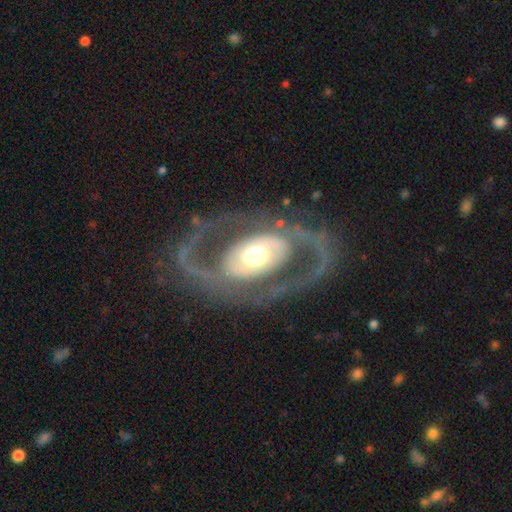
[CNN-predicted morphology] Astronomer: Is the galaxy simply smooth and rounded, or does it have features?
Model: featured or disk — 80%.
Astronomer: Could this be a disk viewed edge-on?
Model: no — 94%.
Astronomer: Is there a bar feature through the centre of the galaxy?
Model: no — 67%.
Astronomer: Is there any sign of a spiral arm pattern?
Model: yes — 63%.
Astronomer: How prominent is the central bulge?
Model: moderate — 51% (runner-up: large, 36%).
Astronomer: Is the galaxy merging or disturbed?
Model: none — 71%.